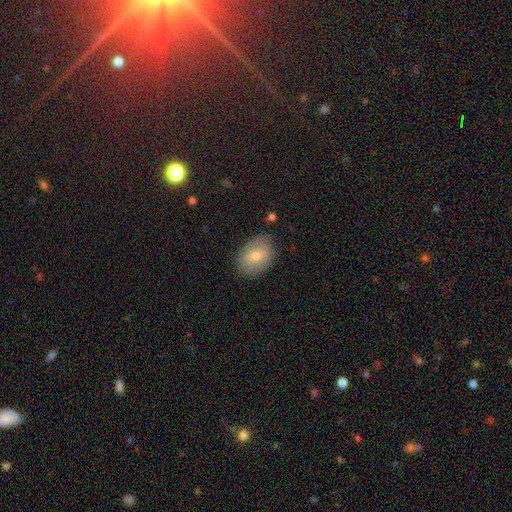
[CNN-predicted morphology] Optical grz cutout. It shows a smooth galaxy with no disk features (60%) that is in between round and cigar-shaped (76%). Merging: none (76%).